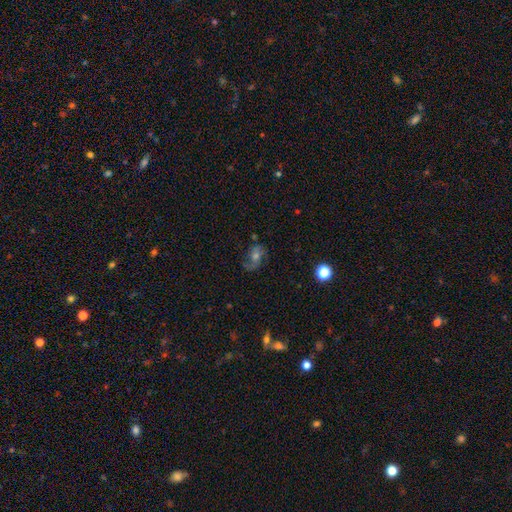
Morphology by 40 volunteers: Smooth or featured?
  - featured or disk: 75% *
  - smooth: 12%
  - star or artifact: 12%
Edge-on disk?
  - no: 90% *
  - yes: 10%
Bar?
  - no: 70% *
  - weak: 26%
  - strong: 4%
Spiral arms?
  - yes: 96% *
  - no: 4%
Spiral winding?
  - loose: 58% *
  - medium: 38%
  - tight: 4%
Spiral arm count?
  - 2: 92% *
  - 1: 4%
  - can't tell: 4%
  - 3: 0%
  - 4: 0%
  - more than 4: 0%
Bulge size?
  - moderate: 52% *
  - small: 41%
  - large: 4%
  - none: 4%
  - dominant: 0%
Merging?
  - none: 51% *
  - minor disturbance: 31%
  - major disturbance: 11%
  - merger: 6%